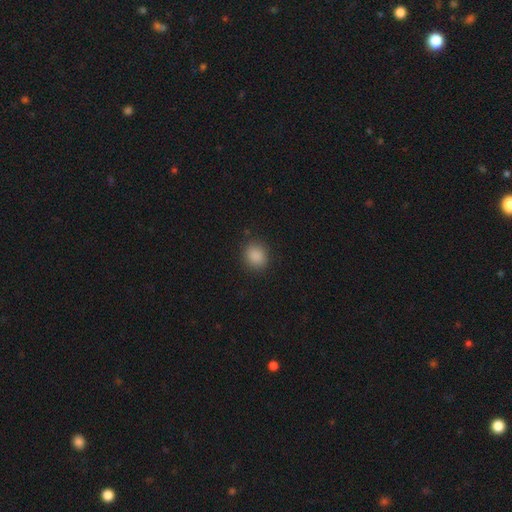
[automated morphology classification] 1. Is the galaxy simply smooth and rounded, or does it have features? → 88% smooth, 9% star or artifact, 3% featured or disk.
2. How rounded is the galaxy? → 69% round, 30% in between, 1% cigar-shaped.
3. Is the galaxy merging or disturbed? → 87% none, 9% minor disturbance, 3% major disturbance, 1% merger.